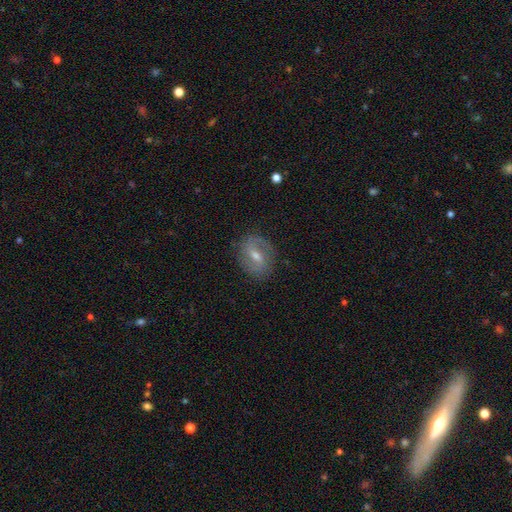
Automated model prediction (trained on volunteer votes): This is likely a featured or disk galaxy (69%). It is clearly not viewed edge-on (96%). Bar: possibly weak (53%). Spiral arm pattern: clearly yes (84%). Spiral arm count: clearly 2 (83%). Spiral winding: marginally medium (43%). Central bulge: possibly moderate (56%). Merging: clearly none (82%).